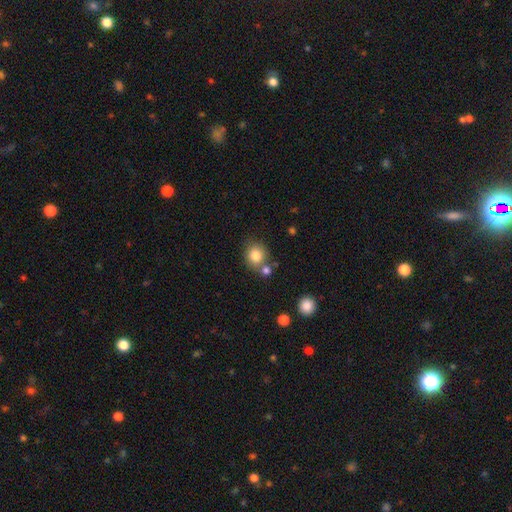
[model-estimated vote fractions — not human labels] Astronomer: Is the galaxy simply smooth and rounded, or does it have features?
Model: smooth — 83%.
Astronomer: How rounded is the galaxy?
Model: round — 77%.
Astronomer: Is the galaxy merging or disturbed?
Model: none — 64%.